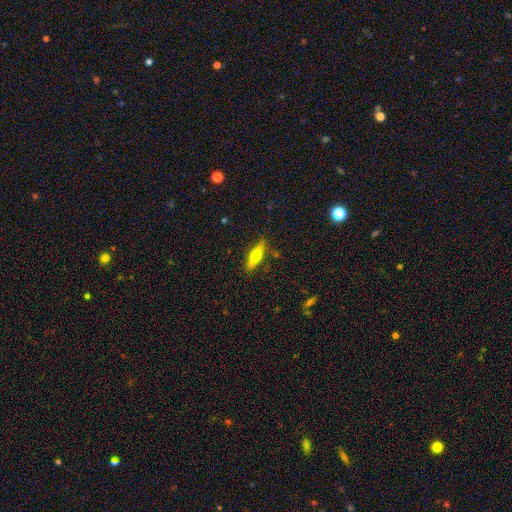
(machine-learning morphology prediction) smooth_or_featured: smooth (p=0.53) [alt: featured or disk p=0.41]
how_rounded: cigar-shaped (p=0.66) [alt: in between p=0.31]
merging: none (p=0.85) [alt: minor disturbance p=0.11]